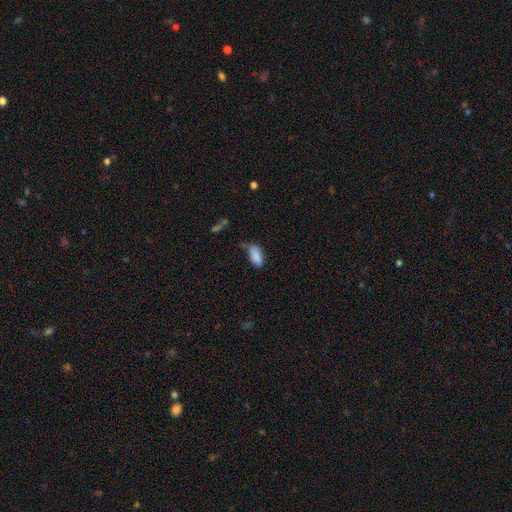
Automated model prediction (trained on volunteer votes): Smooth or featured?
  - smooth: 87% *
  - star or artifact: 8%
  - featured or disk: 5%
How rounded?
  - in between: 91% *
  - cigar-shaped: 6%
  - round: 2%
Merging?
  - none: 55% *
  - minor disturbance: 30%
  - major disturbance: 10%
  - merger: 5%